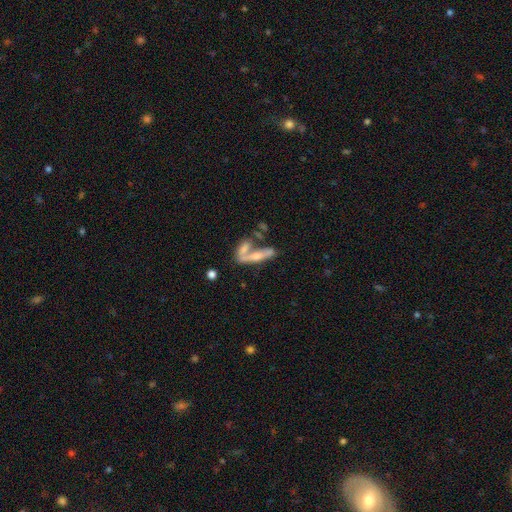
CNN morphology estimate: type=featured or disk (46%); merging=merger (50%).